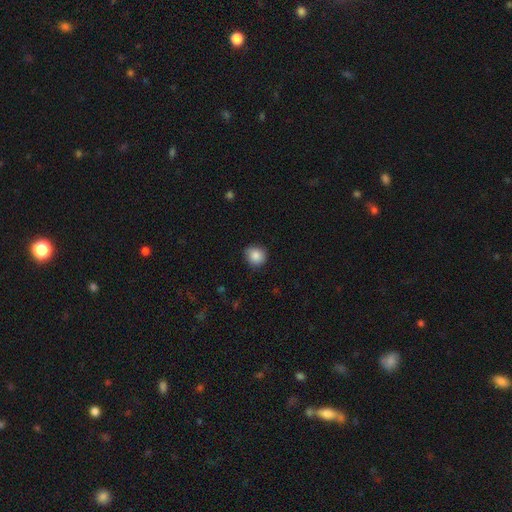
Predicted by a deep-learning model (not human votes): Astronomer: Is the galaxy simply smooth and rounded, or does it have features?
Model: smooth — 86%.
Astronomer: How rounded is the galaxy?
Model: round — 86%.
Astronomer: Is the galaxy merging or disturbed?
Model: none — 80%.